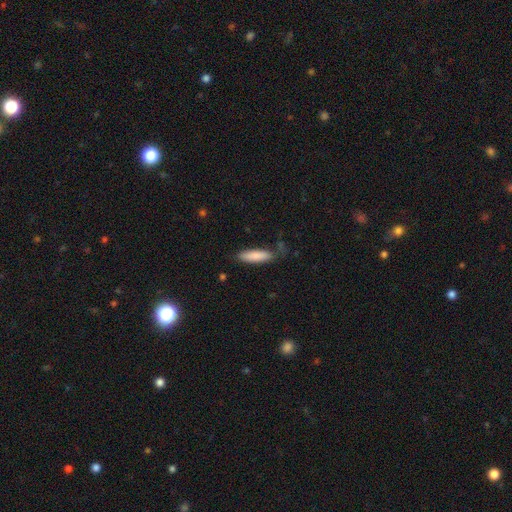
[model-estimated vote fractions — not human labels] smooth 84%, featured or disk 10%, star or artifact 6%. Down the decision tree: how rounded — cigar-shaped (66%); merging — none (76%).